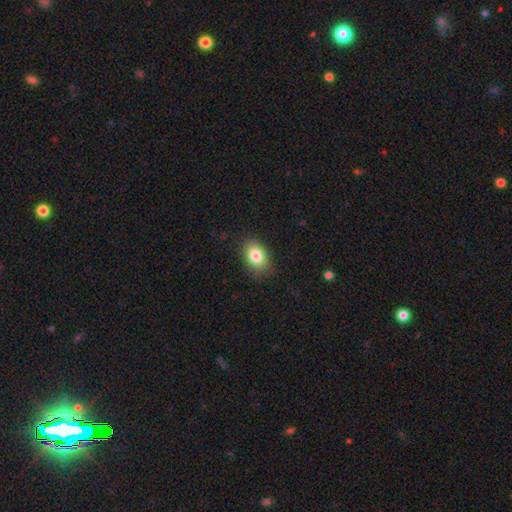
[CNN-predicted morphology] Overall: smooth (83%). How rounded: in between (77%). Merging: none (84%).